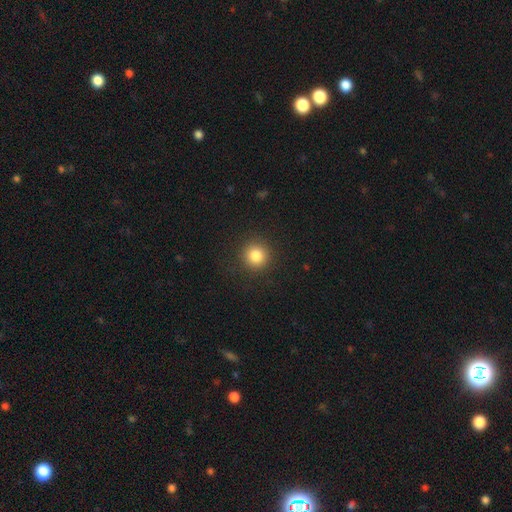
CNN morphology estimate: smooth-or-featured: smooth: 84% | star or artifact: 11% | featured or disk: 5%
  how-rounded: round: 94% | in between: 5% | cigar-shaped: 1%
  merging: none: 90% | minor disturbance: 6% | major disturbance: 3% | merger: 1%